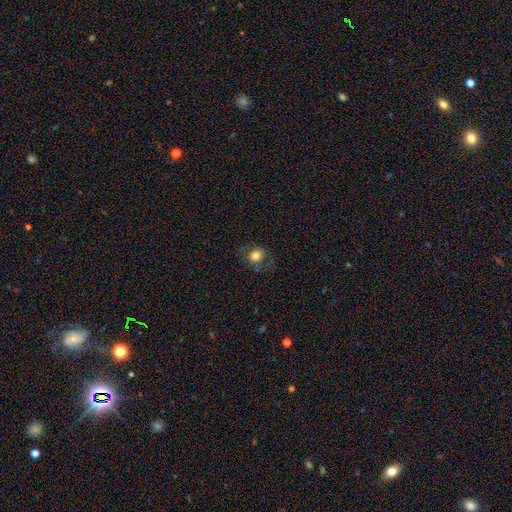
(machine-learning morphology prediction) Q: Smooth or featured?
A: smooth (67%); runner-up: featured or disk (22%)
Q: How rounded?
A: round (72%); runner-up: in between (27%)
Q: Merging?
A: none (69%); runner-up: minor disturbance (17%)